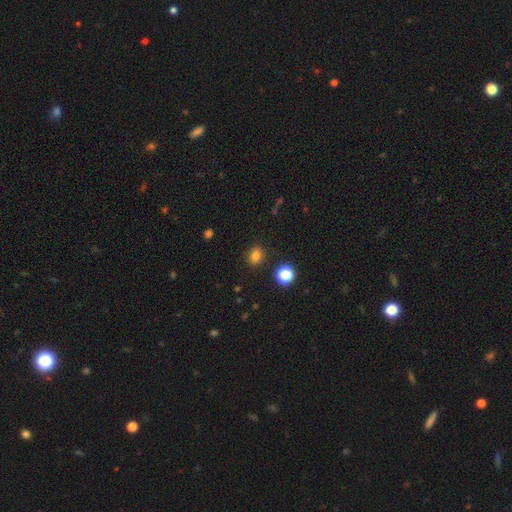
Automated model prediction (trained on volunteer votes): smooth_or_featured: smooth (p=0.80) [alt: star or artifact p=0.15]
how_rounded: round (p=0.52) [alt: in between p=0.46]
merging: none (p=0.87) [alt: minor disturbance p=0.08]